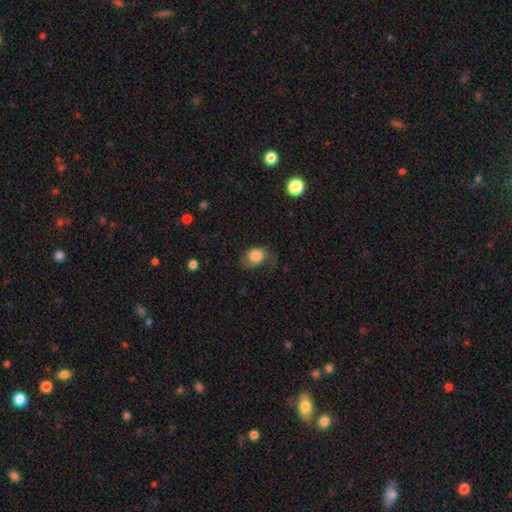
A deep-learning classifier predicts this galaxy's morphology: Overall: smooth (72%). How rounded: in between (54%; round 44%). Merging: none (43%; minor disturbance 31%).